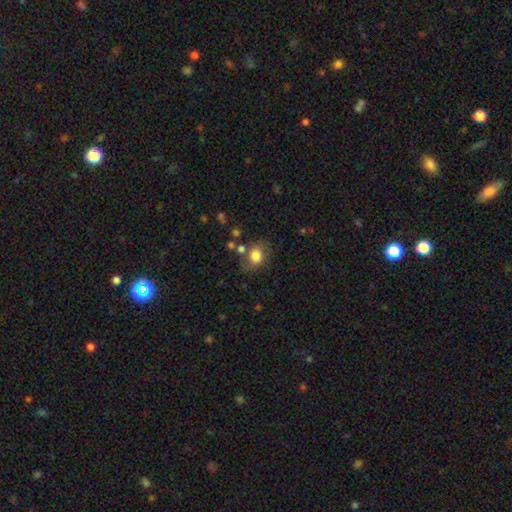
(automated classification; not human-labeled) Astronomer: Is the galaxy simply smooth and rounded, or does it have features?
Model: smooth — 74%.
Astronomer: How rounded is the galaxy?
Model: in between — 50% (runner-up: round, 49%).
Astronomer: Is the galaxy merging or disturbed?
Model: none — 60%.